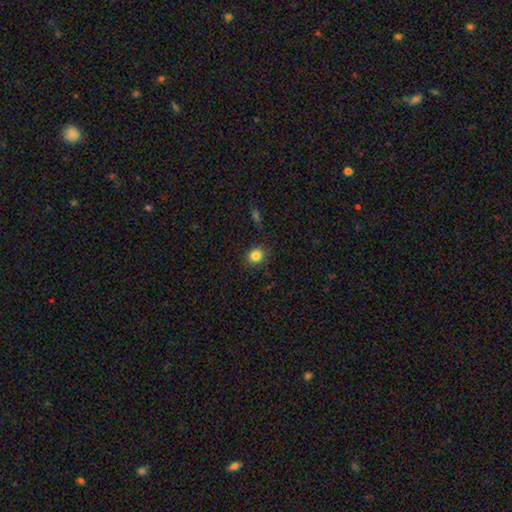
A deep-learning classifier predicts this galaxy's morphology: Smooth or featured? smooth (83%)
How rounded? round (70%)
Merging? none (88%)